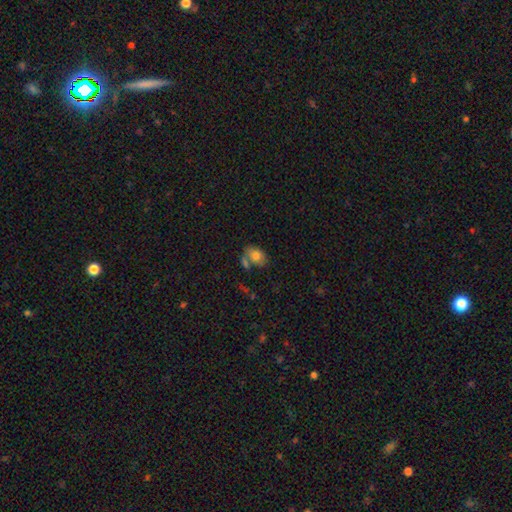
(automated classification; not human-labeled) Smooth or featured? Predicted: smooth (p=0.74). How rounded? Predicted: in between (p=0.79). Merging? Predicted: none (p=0.47).